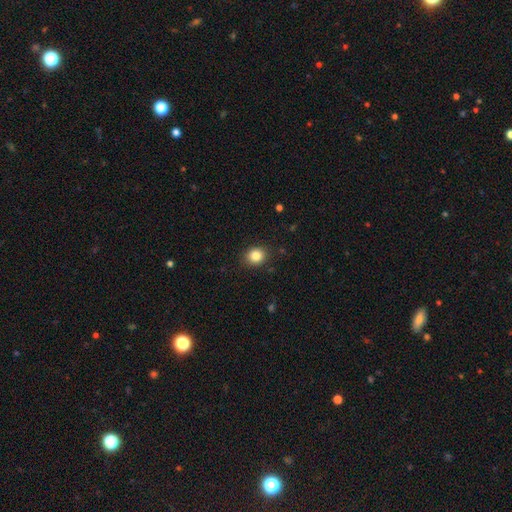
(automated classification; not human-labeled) This is clearly a smooth galaxy (84%). How rounded: likely round (71%). Merging: clearly none (89%).